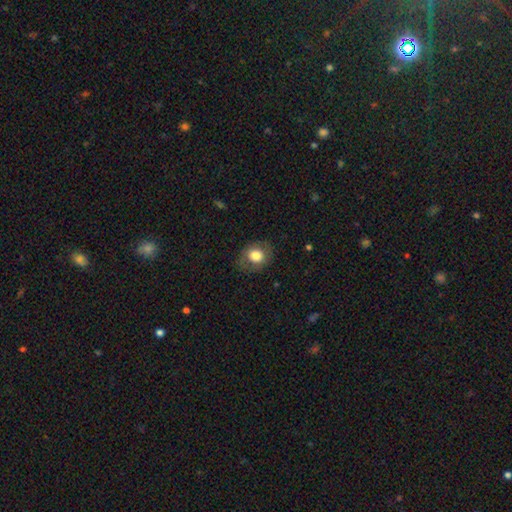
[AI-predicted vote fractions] A smooth galaxy with no disk features (74%) that is round (62%).

Vote fractions:
- Smooth or featured? smooth: 74% / featured or disk: 18% / star or artifact: 8%
- How rounded? round: 62% / in between: 37% / cigar-shaped: 1%
- Merging? none: 79% / minor disturbance: 14% / major disturbance: 6% / merger: 1%